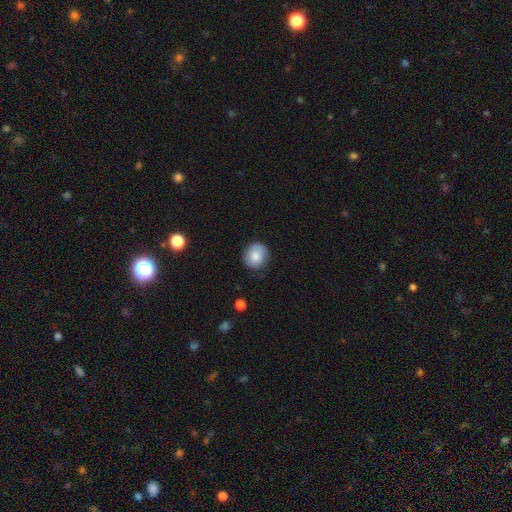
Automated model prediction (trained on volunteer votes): This appears to be a smooth galaxy with no disk features (79%) that is round (83%). Merging: none (81%).